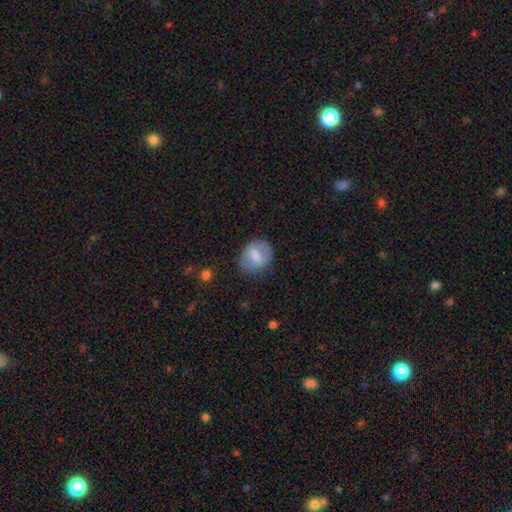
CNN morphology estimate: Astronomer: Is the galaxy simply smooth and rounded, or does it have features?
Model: smooth — 60%.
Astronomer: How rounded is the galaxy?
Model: round — 52% (runner-up: in between, 47%).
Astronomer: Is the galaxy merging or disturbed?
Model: none — 77%.